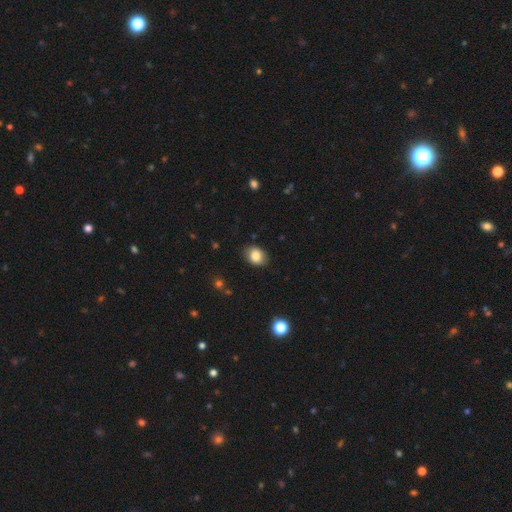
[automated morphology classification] A smooth galaxy with no disk features (84%) that is in between round and cigar-shaped (60%).

Vote fractions:
- Smooth or featured? smooth: 84% / star or artifact: 9% / featured or disk: 7%
- How rounded? in between: 60% / round: 39% / cigar-shaped: 1%
- Merging? none: 84% / minor disturbance: 12% / major disturbance: 3% / merger: 1%